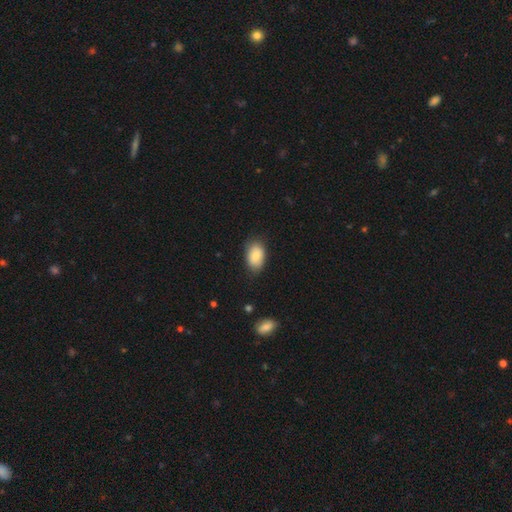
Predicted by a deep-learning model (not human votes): The model was most divided on "merging": none: 77%, minor disturbance: 18%, major disturbance: 4%, merger: 1%. More confident: how rounded — in between (89%); smooth or featured — smooth (81%).